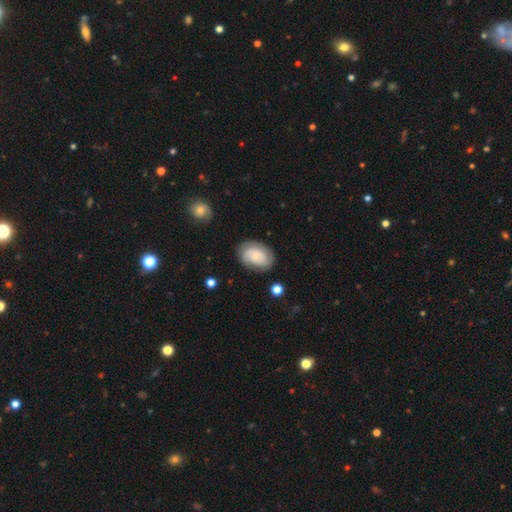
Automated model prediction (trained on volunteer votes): Smooth or featured?
  - featured or disk: 49% *
  - smooth: 43%
  - star or artifact: 8%
Merging?
  - none: 75% *
  - minor disturbance: 17%
  - major disturbance: 6%
  - merger: 2%